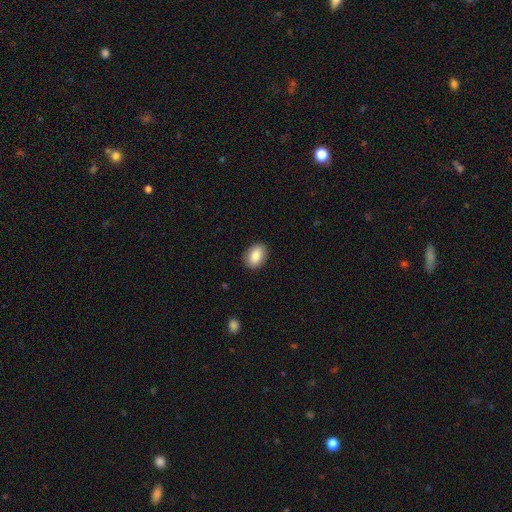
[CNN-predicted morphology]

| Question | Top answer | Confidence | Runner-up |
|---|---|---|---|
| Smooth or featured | smooth | 86% | star or artifact (7%) |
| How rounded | in between | 77% | round (22%) |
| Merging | none | 89% | minor disturbance (8%) |